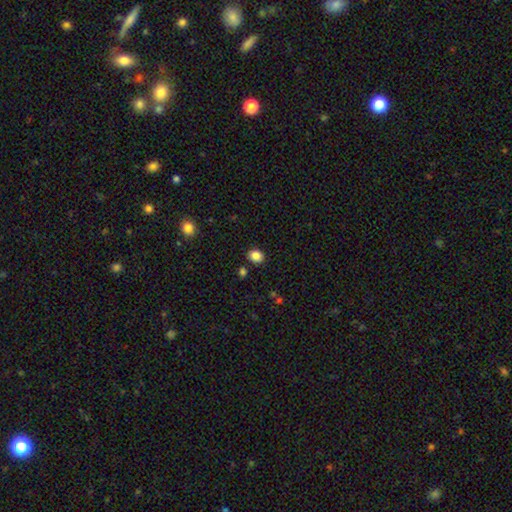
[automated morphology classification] The model was most divided on "how rounded": round: 58%, in between: 42%, cigar-shaped: 1%. More confident: merging — none (87%); smooth or featured — smooth (86%).